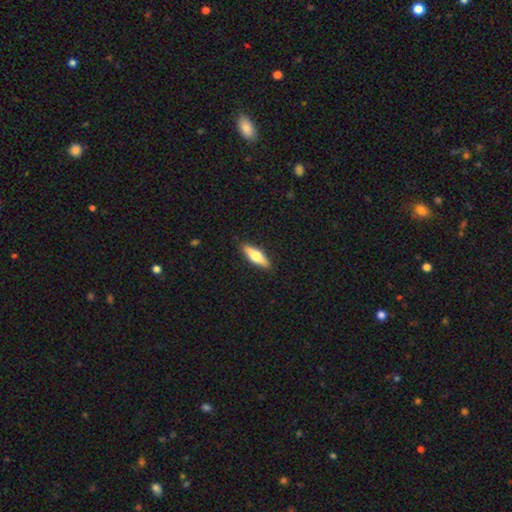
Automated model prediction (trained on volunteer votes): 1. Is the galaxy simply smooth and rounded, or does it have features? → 56% smooth, 39% featured or disk, 6% star or artifact.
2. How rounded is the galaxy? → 53% cigar-shaped, 45% in between, 2% round.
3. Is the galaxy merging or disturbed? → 90% none, 8% minor disturbance, 2% major disturbance, 1% merger.